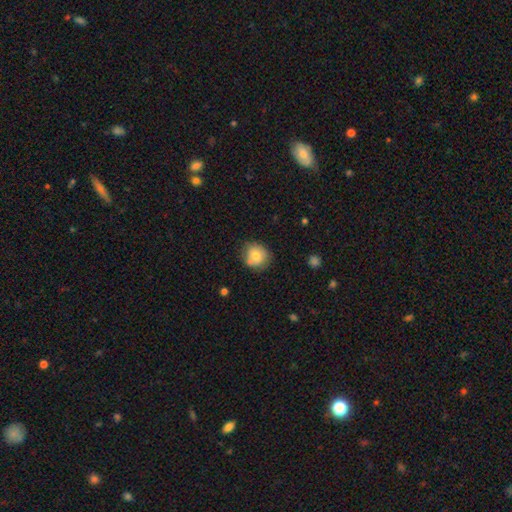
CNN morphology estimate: Smooth or featured? Predicted: smooth (p=0.74). How rounded? Predicted: round (p=0.87). Merging? Predicted: none (p=0.71).